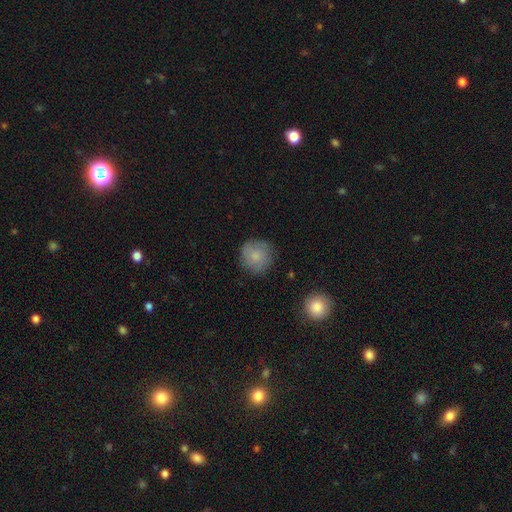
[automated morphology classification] Smooth or featured: smooth — 77% (featured or disk — 15%)
How rounded: round — 93% (in between — 6%)
Merging: none — 81% (minor disturbance — 14%)